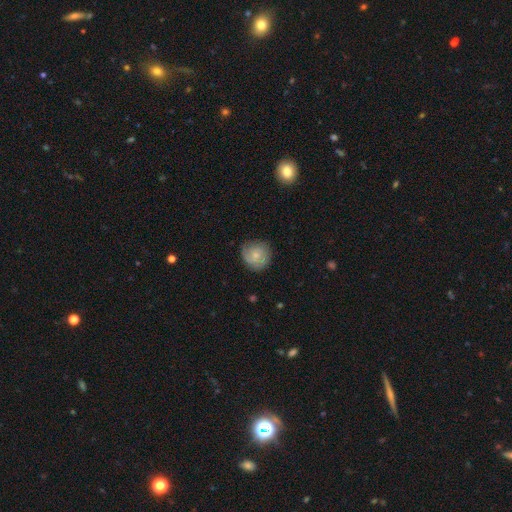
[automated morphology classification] smooth-or-featured: smooth: 59% | featured or disk: 33% | star or artifact: 7%
  how-rounded: round: 90% | in between: 9% | cigar-shaped: 1%
  merging: none: 75% | minor disturbance: 19% | major disturbance: 5% | merger: 1%